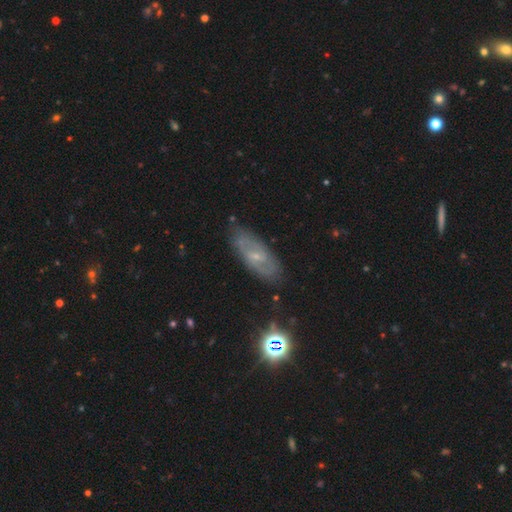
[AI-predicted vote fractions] smooth_or_featured: featured or disk (p=0.60) [alt: smooth p=0.28]
disk_edge_on: no (p=0.85) [alt: yes p=0.15]
bar: weak (p=0.47) [alt: no p=0.40]
has_spiral_arms: yes (p=0.66) [alt: no p=0.34]
bulge_size: small (p=0.70) [alt: moderate p=0.22]
merging: none (p=0.77) [alt: minor disturbance p=0.16]